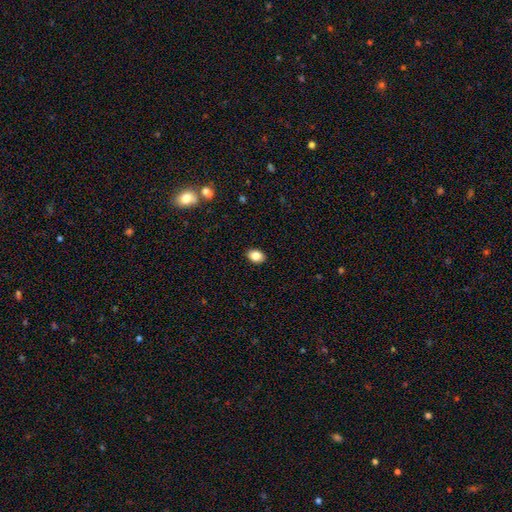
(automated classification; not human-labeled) smooth_or_featured: smooth (p=0.86) [alt: star or artifact p=0.08]
how_rounded: in between (p=0.77) [alt: round p=0.22]
merging: none (p=0.90) [alt: minor disturbance p=0.07]